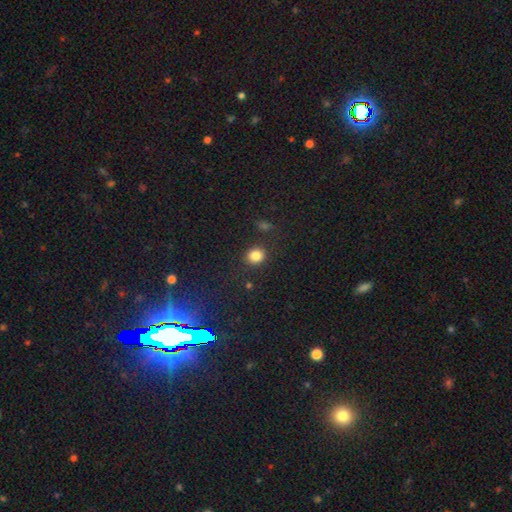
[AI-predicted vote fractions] This is clearly a smooth galaxy (83%). How rounded: likely round (76%). Merging: clearly none (85%).